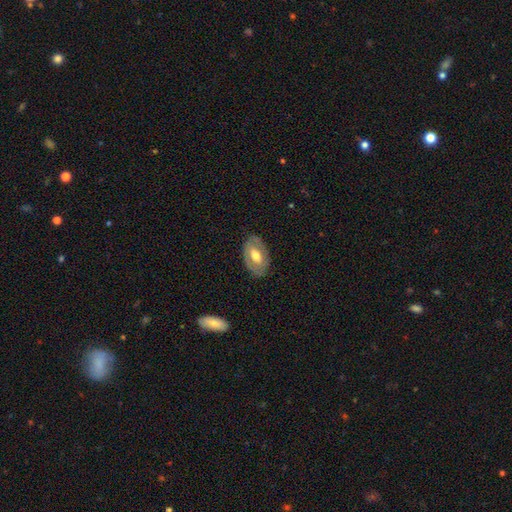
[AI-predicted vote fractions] Overall: featured or disk (52%; smooth 43%). Edge-on disk: no (90%). Merging: none (80%).